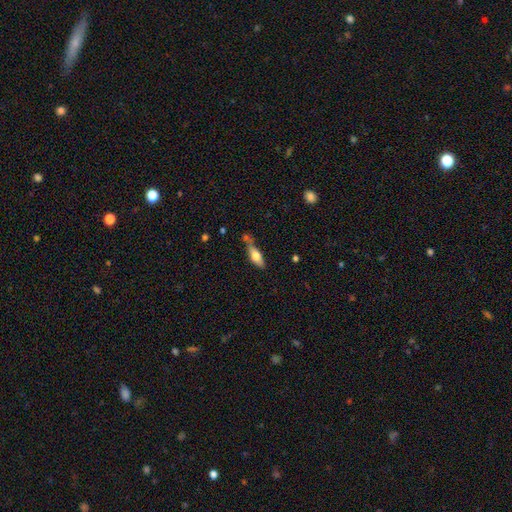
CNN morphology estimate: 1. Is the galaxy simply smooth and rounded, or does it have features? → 63% smooth, 30% featured or disk, 7% star or artifact.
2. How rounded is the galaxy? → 59% in between, 38% cigar-shaped, 3% round.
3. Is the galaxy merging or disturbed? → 50% none, 22% minor disturbance, 20% merger, 7% major disturbance.